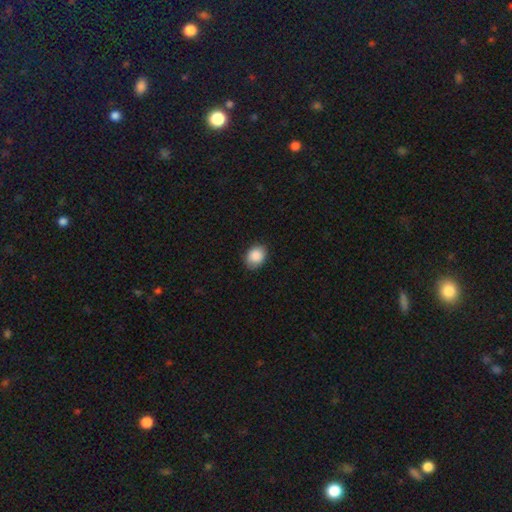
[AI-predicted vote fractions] Smooth or featured?
  - smooth: 89% *
  - star or artifact: 7%
  - featured or disk: 3%
How rounded?
  - in between: 64% *
  - round: 35%
  - cigar-shaped: 1%
Merging?
  - none: 84% *
  - minor disturbance: 13%
  - major disturbance: 2%
  - merger: 1%